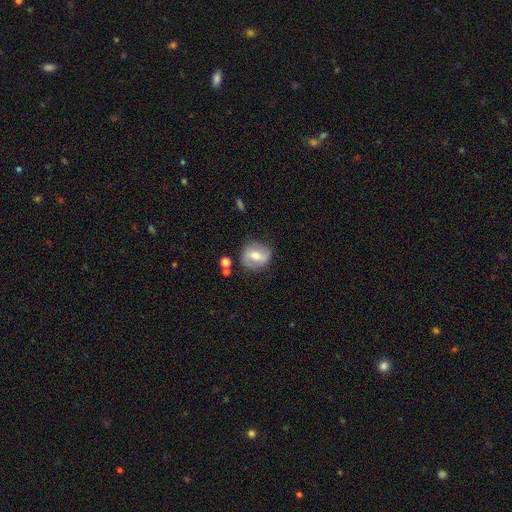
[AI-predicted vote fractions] Q: Smooth or featured?
A: smooth (50%); runner-up: featured or disk (42%)
Q: How rounded?
A: round (80%); runner-up: in between (19%)
Q: Merging?
A: none (78%); runner-up: minor disturbance (14%)